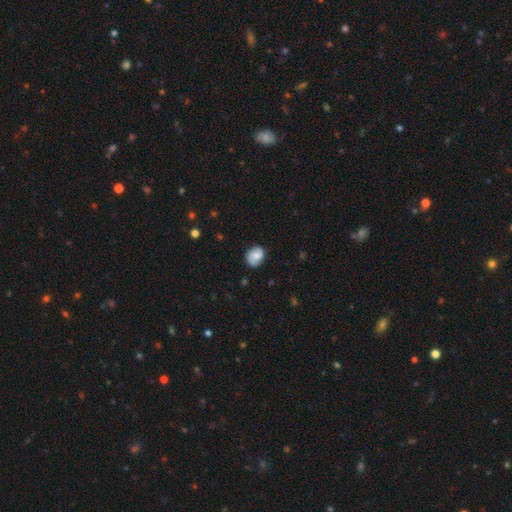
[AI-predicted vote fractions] The model was most divided on "how rounded": round: 55%, in between: 44%, cigar-shaped: 1%. More confident: merging — none (78%); smooth or featured — smooth (66%).